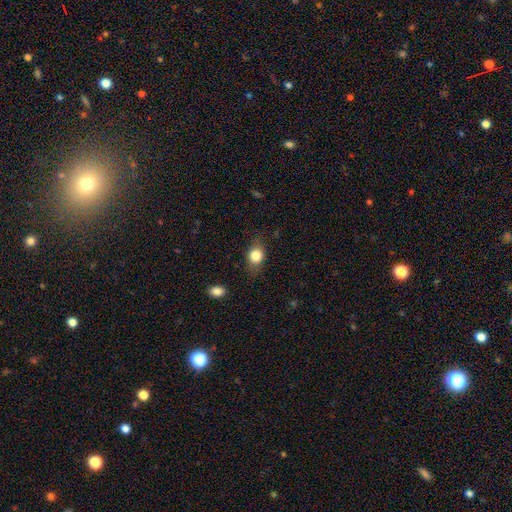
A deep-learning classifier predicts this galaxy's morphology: Smooth or featured?
  - smooth: 80% *
  - featured or disk: 11%
  - star or artifact: 9%
How rounded?
  - in between: 51% *
  - round: 47%
  - cigar-shaped: 2%
Merging?
  - none: 74% *
  - minor disturbance: 19%
  - major disturbance: 6%
  - merger: 1%